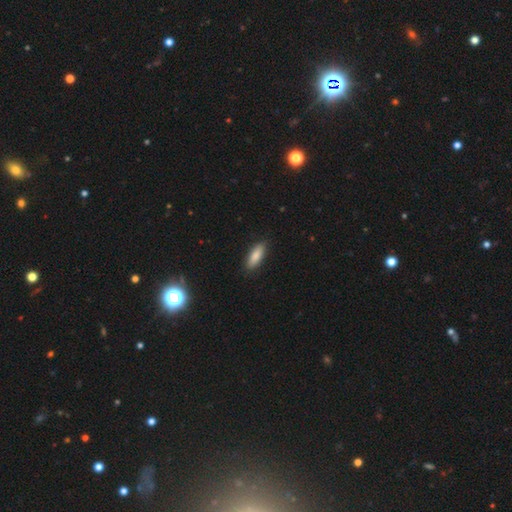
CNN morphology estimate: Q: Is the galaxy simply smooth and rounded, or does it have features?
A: smooth — 85%.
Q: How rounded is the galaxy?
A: in between — 65%.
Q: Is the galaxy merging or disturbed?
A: none — 87%.